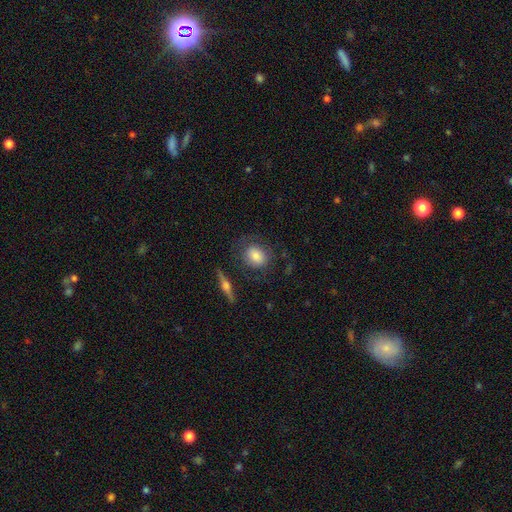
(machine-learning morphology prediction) smooth 74%, featured or disk 18%, star or artifact 8%. Down the decision tree: how rounded — in between (53%); merging — none (73%).